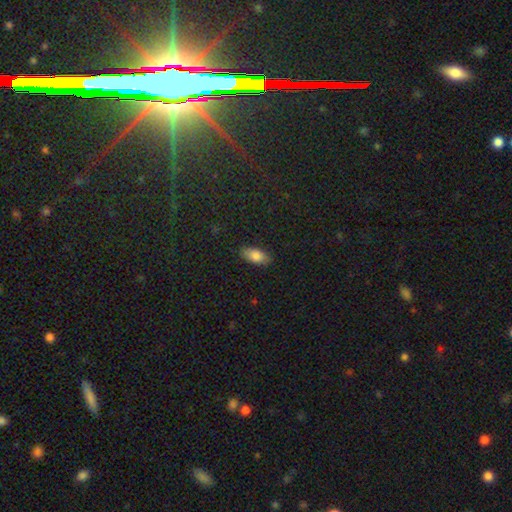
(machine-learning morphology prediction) This is clearly a smooth galaxy (83%). How rounded: clearly in between (90%). Merging: clearly none (87%).